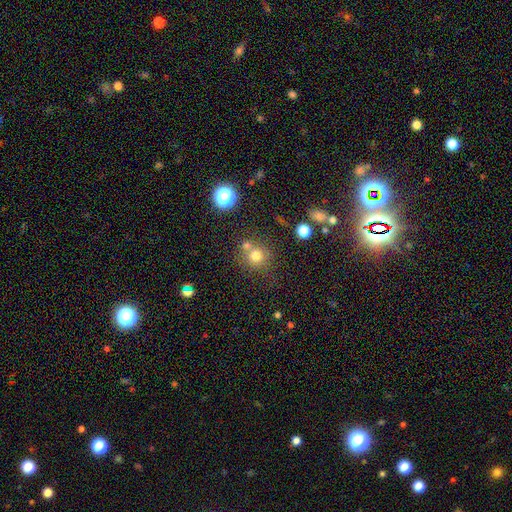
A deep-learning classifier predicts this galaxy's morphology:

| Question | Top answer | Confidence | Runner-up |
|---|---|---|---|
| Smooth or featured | smooth | 74% | star or artifact (15%) |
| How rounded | round | 89% | in between (10%) |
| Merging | none | 60% | merger (26%) |